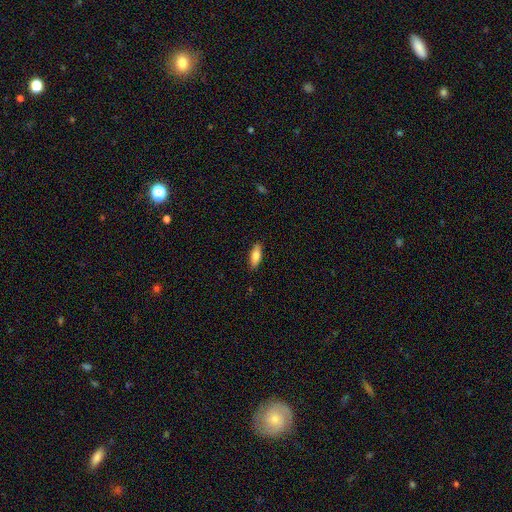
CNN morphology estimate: Q: Smooth or featured?
A: smooth (80%); runner-up: featured or disk (13%)
Q: How rounded?
A: in between (64%); runner-up: cigar-shaped (34%)
Q: Merging?
A: none (88%); runner-up: minor disturbance (9%)